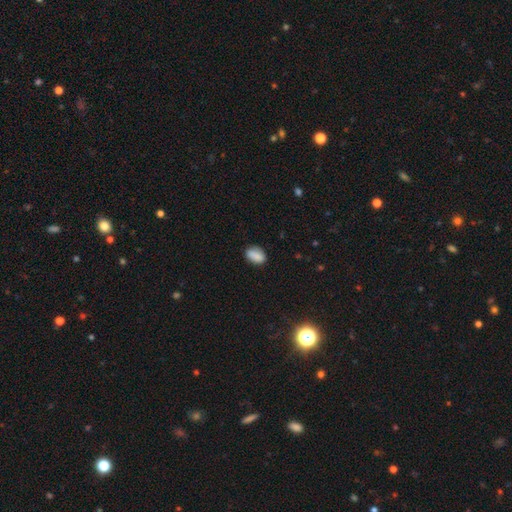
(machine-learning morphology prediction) smooth-or-featured: smooth: 86% | star or artifact: 8% | featured or disk: 6%
  how-rounded: in between: 83% | round: 14% | cigar-shaped: 2%
  merging: none: 80% | minor disturbance: 15% | major disturbance: 3% | merger: 2%